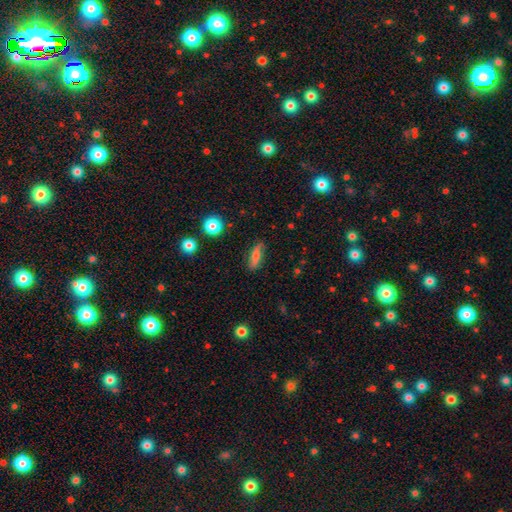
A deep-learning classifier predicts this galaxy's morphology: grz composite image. It shows a smooth galaxy with no disk features (65%) that is in between round and cigar-shaped (50%). Merging: none (80%).